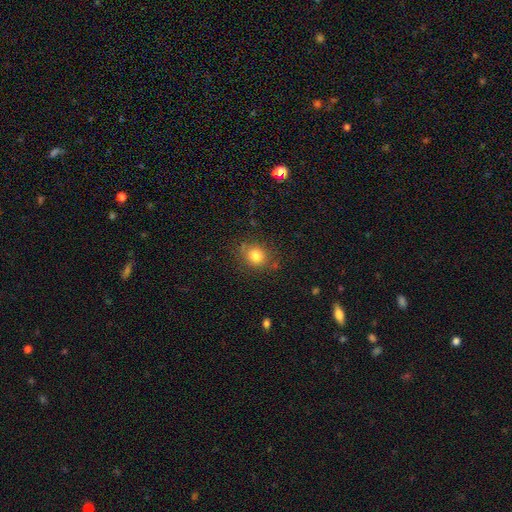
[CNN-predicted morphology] The model was most divided on "how rounded": round: 73%, in between: 26%, cigar-shaped: 1%. More confident: smooth or featured — smooth (80%); merging — none (78%).